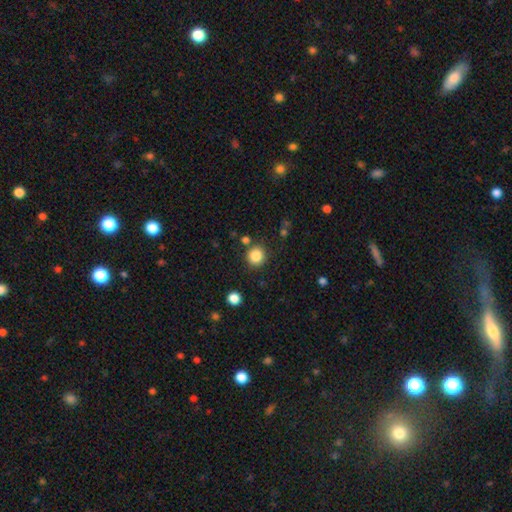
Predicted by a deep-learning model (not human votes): smooth 85%, star or artifact 11%, featured or disk 4%. Down the decision tree: how rounded — round (92%); merging — none (85%).